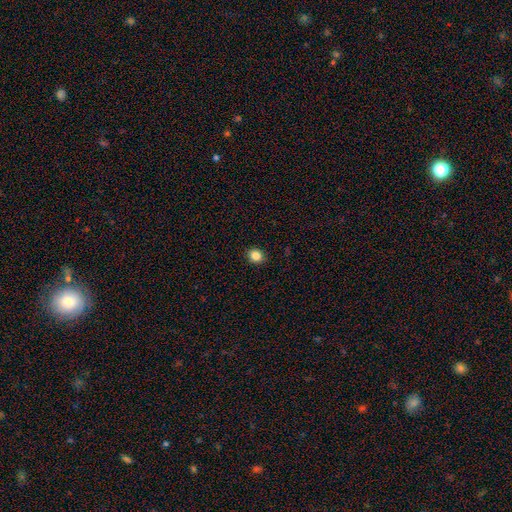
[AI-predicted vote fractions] Morphology: type=smooth (85%); roundness=round (66%); merging=none (91%).